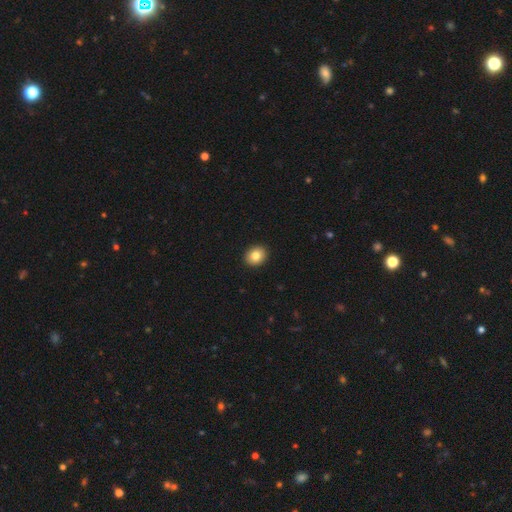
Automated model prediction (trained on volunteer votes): A smooth galaxy with no disk features (83%) that is round (65%).

Vote fractions:
- Smooth or featured? smooth: 83% / star or artifact: 9% / featured or disk: 8%
- How rounded? round: 65% / in between: 34% / cigar-shaped: 1%
- Merging? none: 92% / minor disturbance: 5% / major disturbance: 1% / merger: 1%